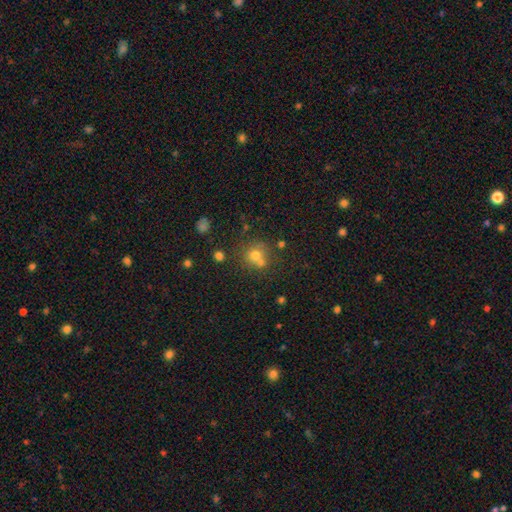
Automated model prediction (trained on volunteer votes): Smooth or featured: smooth — 67% (star or artifact — 18%)
How rounded: round — 86% (in between — 14%)
Merging: none — 54% (merger — 33%)